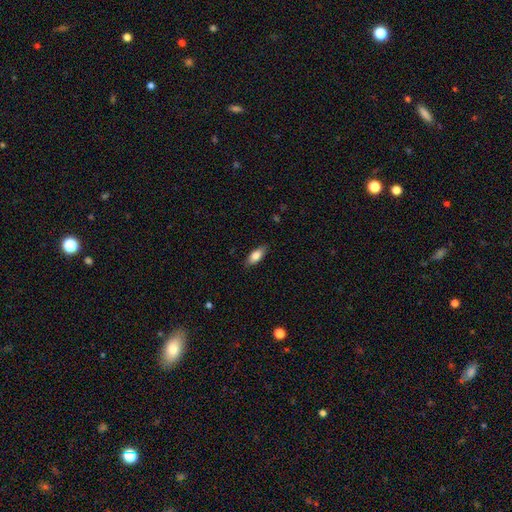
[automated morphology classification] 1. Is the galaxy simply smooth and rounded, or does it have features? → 78% smooth, 15% featured or disk, 7% star or artifact.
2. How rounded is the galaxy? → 79% in between, 18% cigar-shaped, 3% round.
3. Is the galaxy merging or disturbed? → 85% none, 12% minor disturbance, 2% major disturbance, 1% merger.